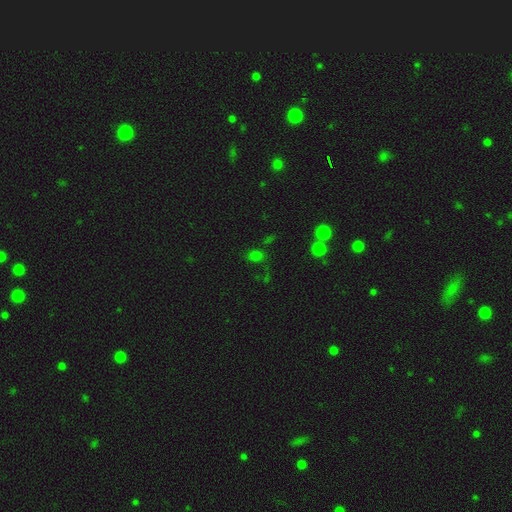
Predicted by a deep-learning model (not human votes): smooth-or-featured: smooth: 65% | star or artifact: 29% | featured or disk: 6%
  how-rounded: in between: 54% | round: 44% | cigar-shaped: 2%
  merging: none: 67% | minor disturbance: 16% | merger: 9% | major disturbance: 8%